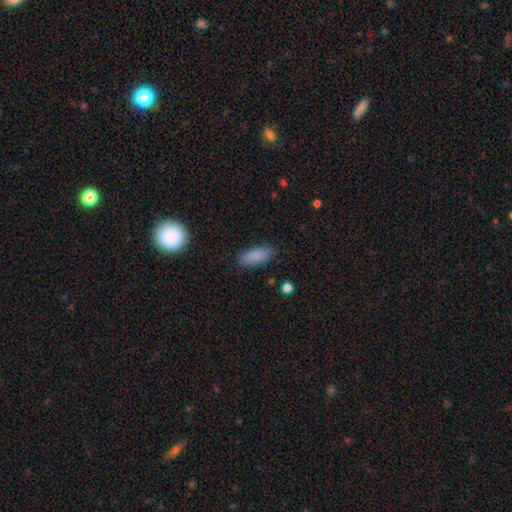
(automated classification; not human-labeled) Overall: smooth (87%). How rounded: in between (79%). Merging: none (85%).